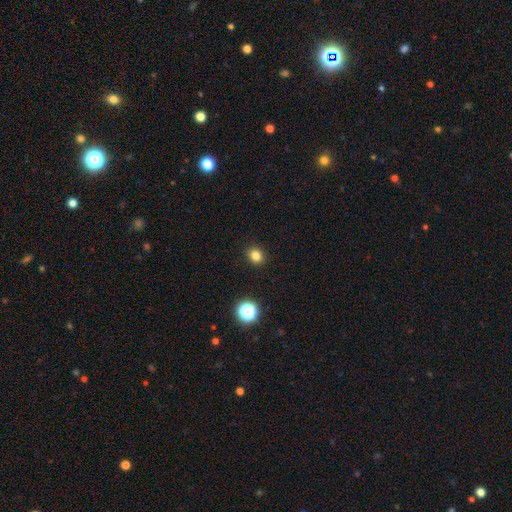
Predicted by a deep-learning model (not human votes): Smooth or featured? smooth (81%)
How rounded? round (71%)
Merging? none (91%)